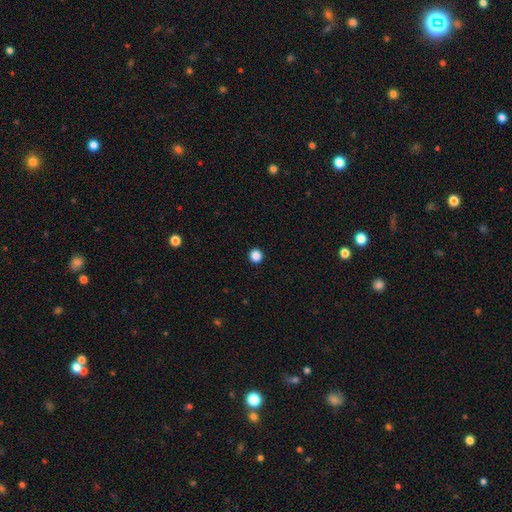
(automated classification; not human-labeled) This appears to be a smooth galaxy with no disk features (87%) that is round (92%). Merging: none (93%).